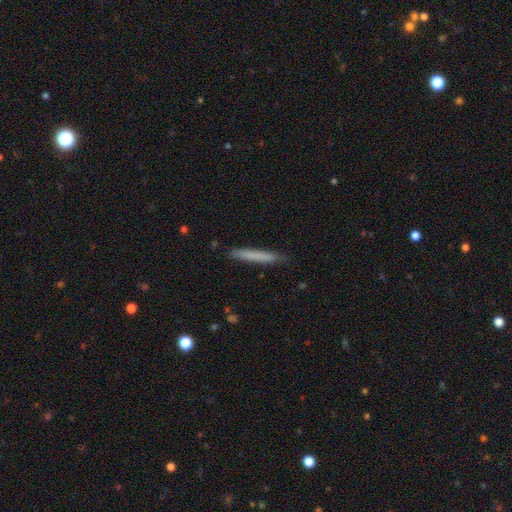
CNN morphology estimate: A smooth galaxy with no disk features (73%) that is cigar-shaped (96%).

Vote fractions:
- Smooth or featured? smooth: 73% / featured or disk: 21% / star or artifact: 6%
- How rounded? cigar-shaped: 96% / in between: 3% / round: 1%
- Merging? none: 88% / minor disturbance: 9% / major disturbance: 2% / merger: 1%